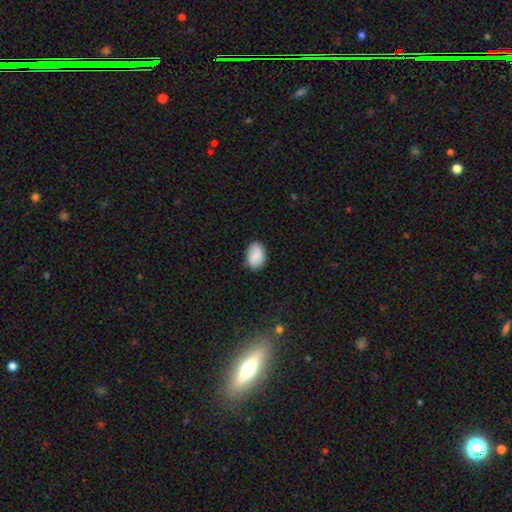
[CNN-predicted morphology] This is clearly a smooth galaxy (86%). How rounded: clearly in between (82%). Merging: likely none (77%).